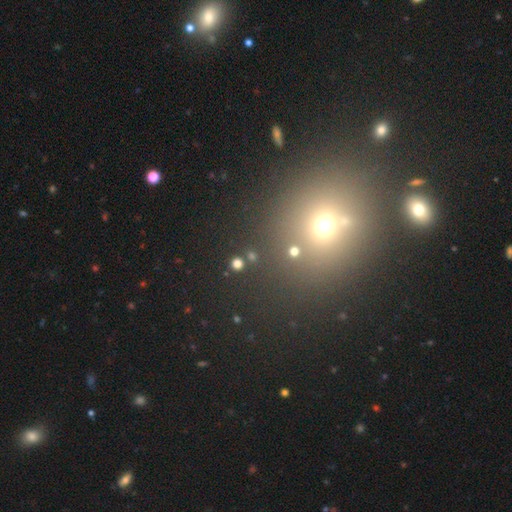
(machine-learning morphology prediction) Smooth or featured? Predicted: smooth (p=0.47). Merging? Predicted: none (p=0.77).